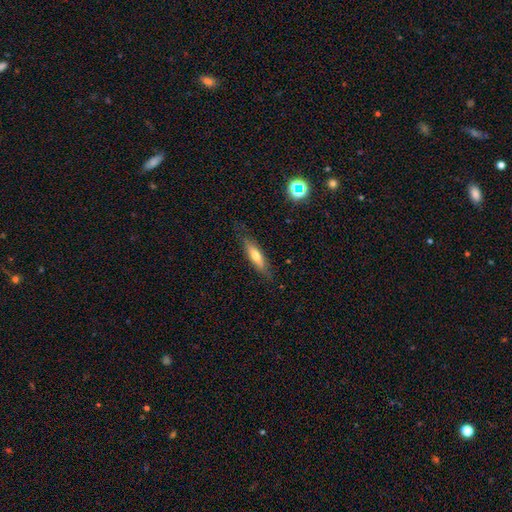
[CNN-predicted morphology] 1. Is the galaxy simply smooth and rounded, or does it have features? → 58% smooth, 35% featured or disk, 7% star or artifact.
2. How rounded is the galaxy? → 69% cigar-shaped, 29% in between, 2% round.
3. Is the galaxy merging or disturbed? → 79% none, 16% minor disturbance, 4% major disturbance, 1% merger.